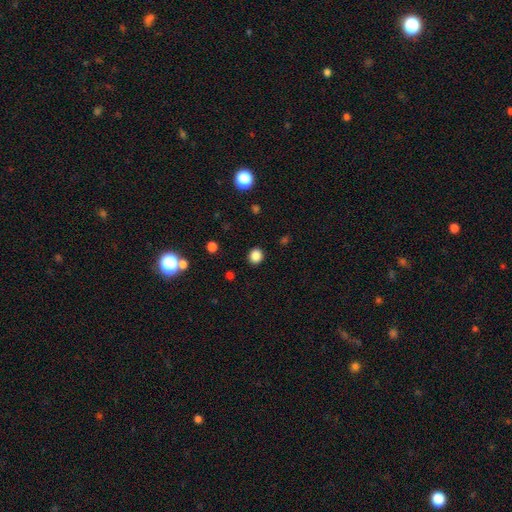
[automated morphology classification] Overall: smooth (85%). How rounded: round (79%). Merging: none (91%).